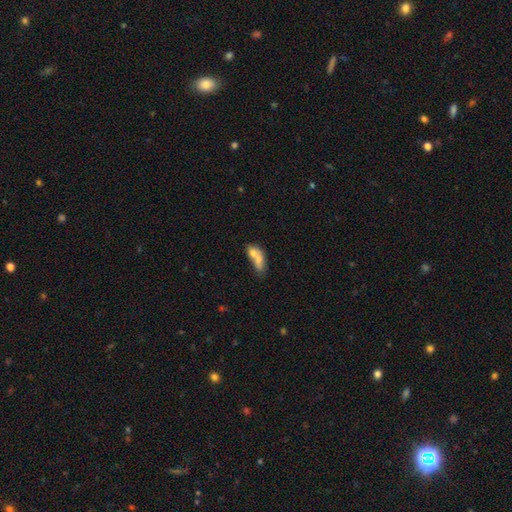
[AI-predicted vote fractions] Overall: smooth (65%; featured or disk 26%). How rounded: in between (73%). Merging: merger (61%).